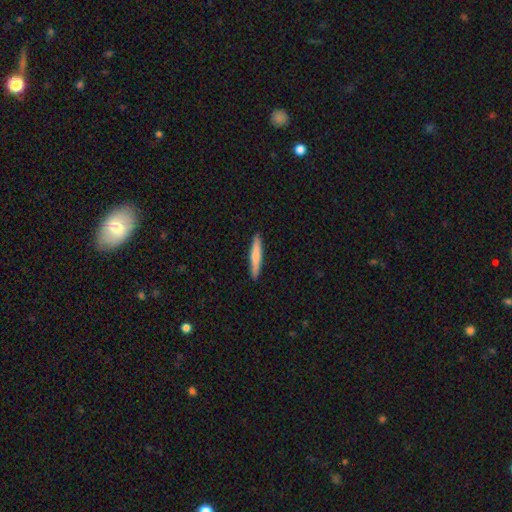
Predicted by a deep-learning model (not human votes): A smooth galaxy with no disk features (68%) that is cigar-shaped (93%). Merging: none (92%).